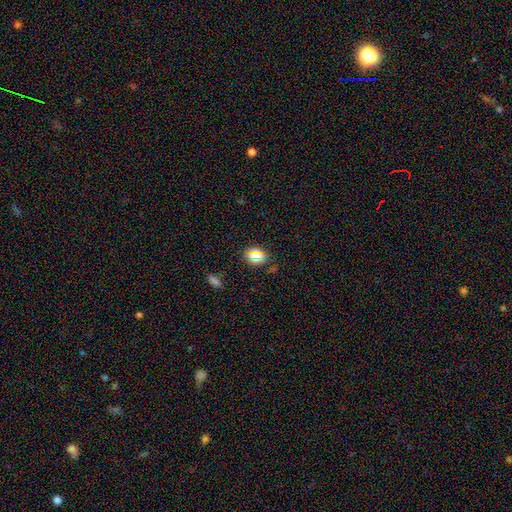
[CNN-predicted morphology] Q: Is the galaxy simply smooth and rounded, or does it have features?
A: smooth — 66%.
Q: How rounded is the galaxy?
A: round — 53%.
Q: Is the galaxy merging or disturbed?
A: none — 85%.